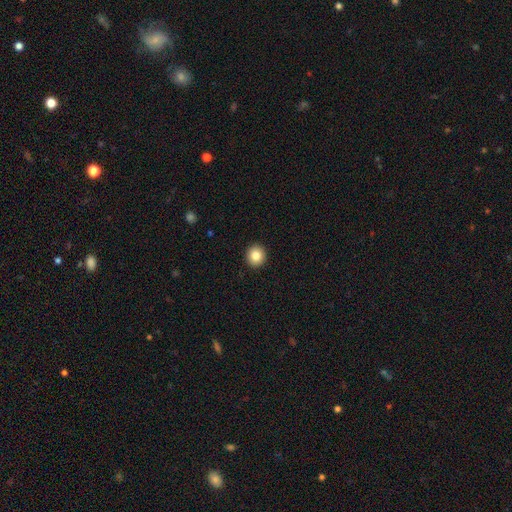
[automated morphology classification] A smooth galaxy with no disk features (84%) that is round (89%). Merging: none (93%).